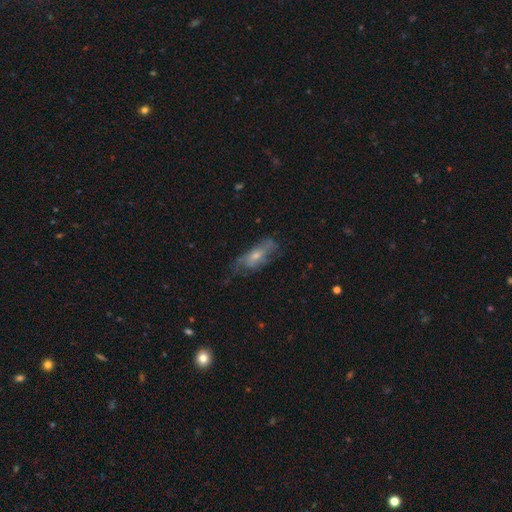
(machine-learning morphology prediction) type=featured or disk (56%); edge-on=no (76%); merging=none (55%).